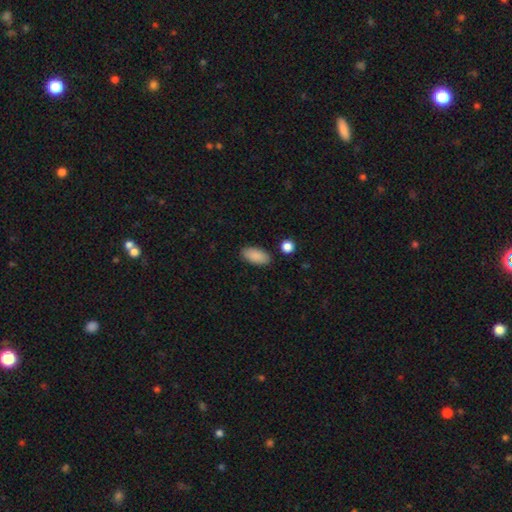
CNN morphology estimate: Smooth or featured?
  - smooth: 89% *
  - star or artifact: 7%
  - featured or disk: 4%
How rounded?
  - in between: 92% *
  - cigar-shaped: 5%
  - round: 3%
Merging?
  - none: 86% *
  - minor disturbance: 9%
  - merger: 3%
  - major disturbance: 2%